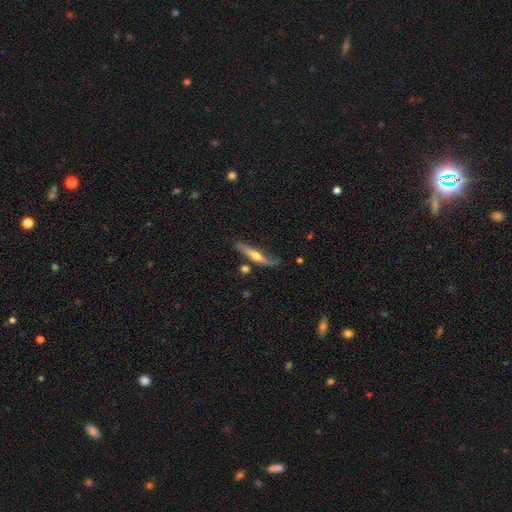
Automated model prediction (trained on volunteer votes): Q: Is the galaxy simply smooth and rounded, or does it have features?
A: featured or disk — 55%.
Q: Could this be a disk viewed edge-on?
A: yes — 83%.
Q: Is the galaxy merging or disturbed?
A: none — 65%.